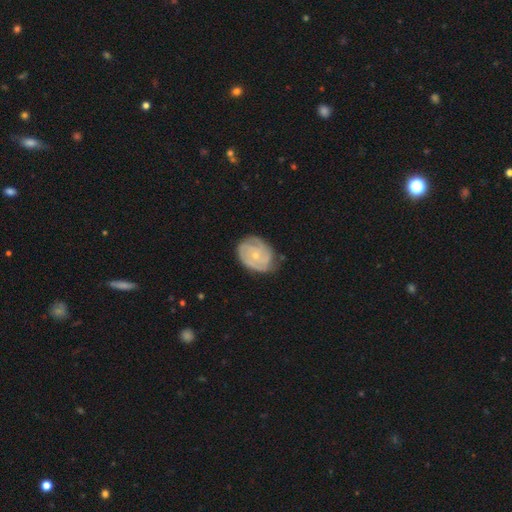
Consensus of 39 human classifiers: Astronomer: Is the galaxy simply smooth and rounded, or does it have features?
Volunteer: featured or disk — 74%.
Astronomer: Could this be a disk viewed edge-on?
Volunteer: no — 97%.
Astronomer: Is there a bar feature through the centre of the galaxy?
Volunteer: no — 54% (runner-up: weak, 43%).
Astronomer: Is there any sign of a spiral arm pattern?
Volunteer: yes — 89%.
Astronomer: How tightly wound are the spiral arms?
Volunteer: tight — 68%.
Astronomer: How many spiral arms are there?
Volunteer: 2 — 44% (runner-up: 3, 20%).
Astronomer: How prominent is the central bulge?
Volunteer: small — 68%.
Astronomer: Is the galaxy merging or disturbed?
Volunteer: none — 51% (runner-up: minor disturbance, 35%).